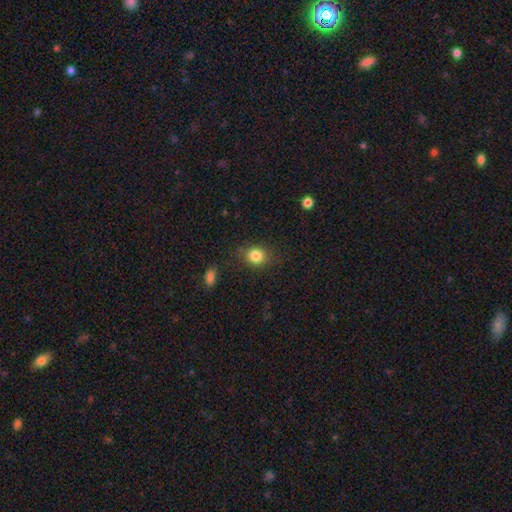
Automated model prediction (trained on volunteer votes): smooth 83%, star or artifact 11%, featured or disk 6%. Down the decision tree: how rounded — round (69%); merging — none (79%).